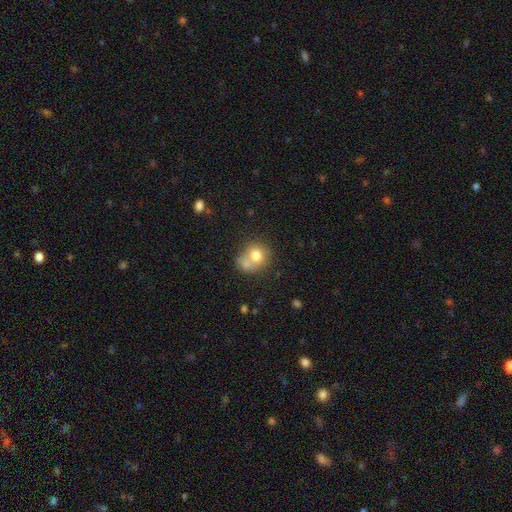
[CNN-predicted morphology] Smooth or featured? smooth (72%)
How rounded? round (68%)
Merging? merger (51%)